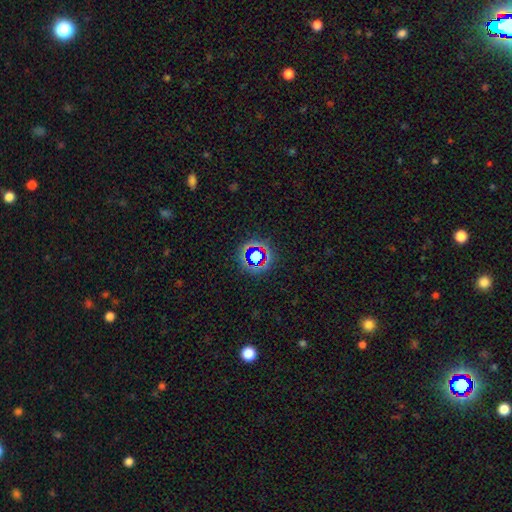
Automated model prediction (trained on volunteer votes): The model was most divided on "smooth or featured": star or artifact: 59%, smooth: 29%, featured or disk: 12%.